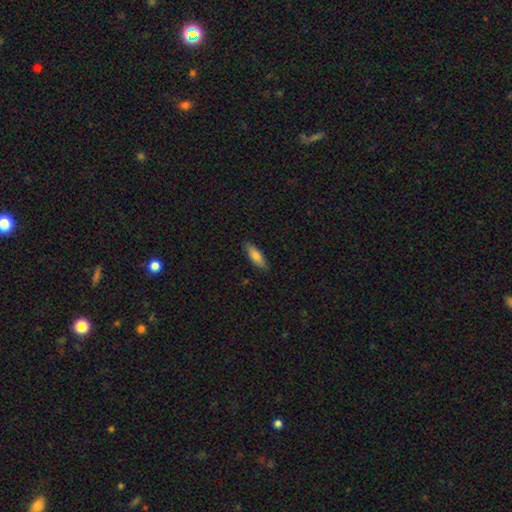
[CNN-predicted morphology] Smooth or featured? Predicted: smooth (p=0.80). How rounded? Predicted: in between (p=0.54). Merging? Predicted: none (p=0.86).